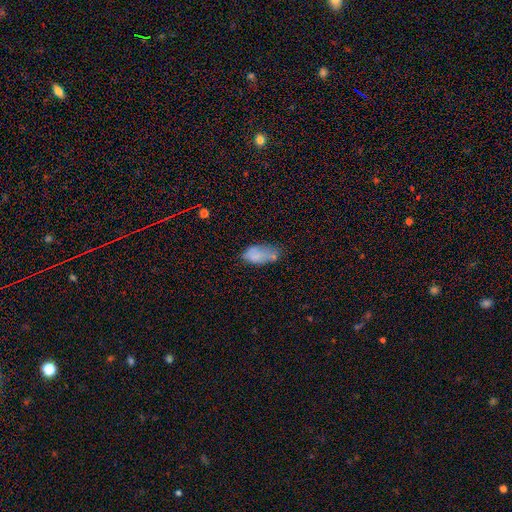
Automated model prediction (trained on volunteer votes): The model was most divided on "merging": none: 40%, minor disturbance: 35%, major disturbance: 17%, merger: 9%. More confident: how rounded — in between (92%); smooth or featured — smooth (72%).